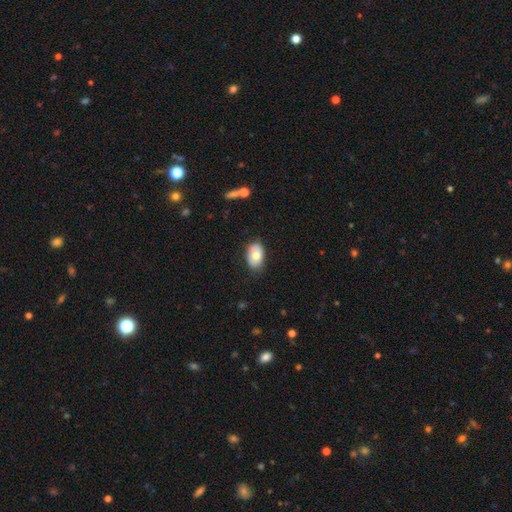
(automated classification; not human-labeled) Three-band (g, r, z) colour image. It shows a smooth galaxy with no disk features (73%) that is in between round and cigar-shaped (90%). Merging: none (78%).